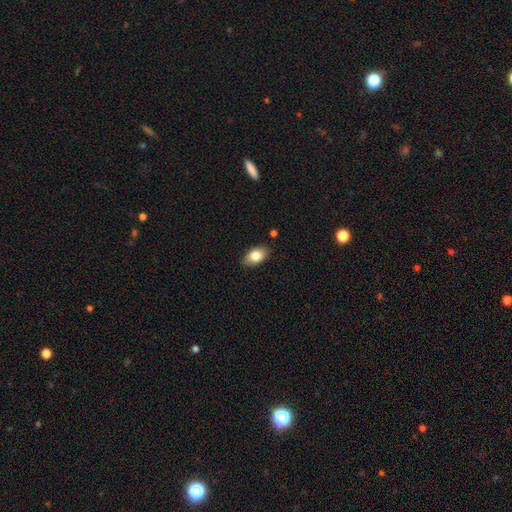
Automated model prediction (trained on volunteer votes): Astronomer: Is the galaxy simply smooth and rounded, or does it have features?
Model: smooth — 82%.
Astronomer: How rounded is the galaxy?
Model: in between — 91%.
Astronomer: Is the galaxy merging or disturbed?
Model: none — 86%.